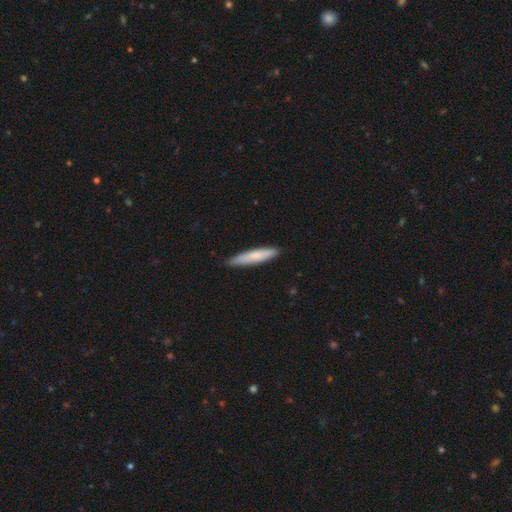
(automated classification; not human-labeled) This appears to be a smooth galaxy with no disk features (75%) that is cigar-shaped (89%). Merging: none (87%).